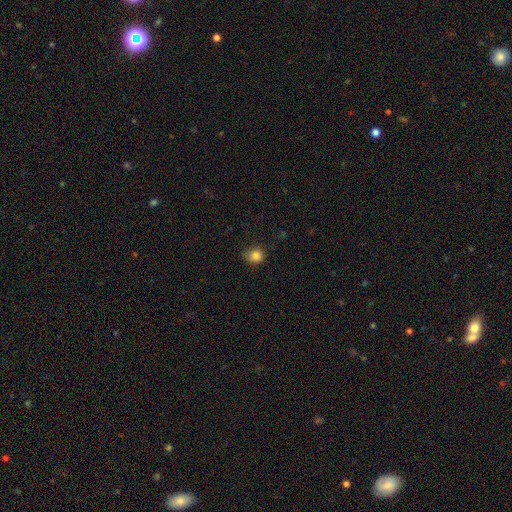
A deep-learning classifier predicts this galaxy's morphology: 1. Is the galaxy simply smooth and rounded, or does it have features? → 83% smooth, 12% star or artifact, 5% featured or disk.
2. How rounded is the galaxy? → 74% round, 25% in between, 1% cigar-shaped.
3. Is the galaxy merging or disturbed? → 73% none, 21% minor disturbance, 4% major disturbance, 1% merger.